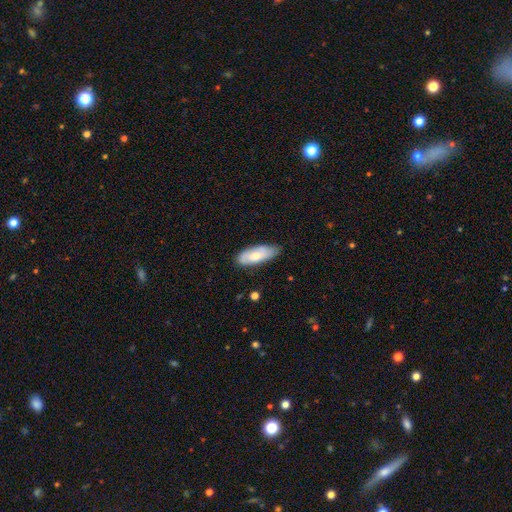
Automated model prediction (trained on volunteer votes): Smooth or featured? smooth (69%)
How rounded? in between (76%)
Merging? none (72%)